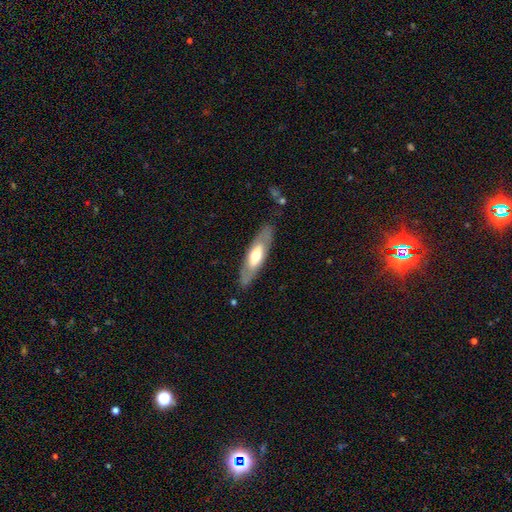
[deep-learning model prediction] featured or disk 49%, smooth 45%, star or artifact 5%. Down the decision tree: merging — none (83%).